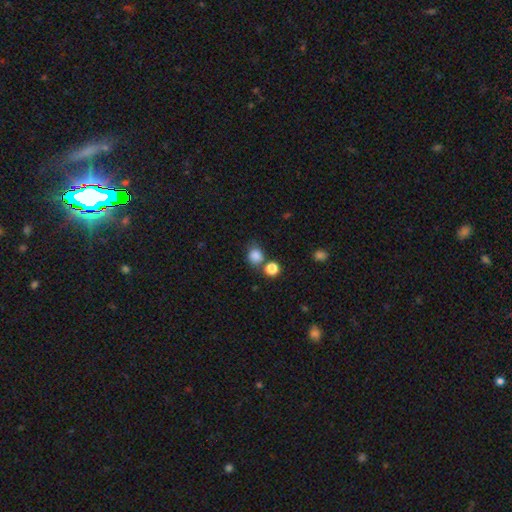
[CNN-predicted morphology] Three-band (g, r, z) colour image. It shows a smooth galaxy with no disk features (84%) that is round (73%). Merging: none (62%).